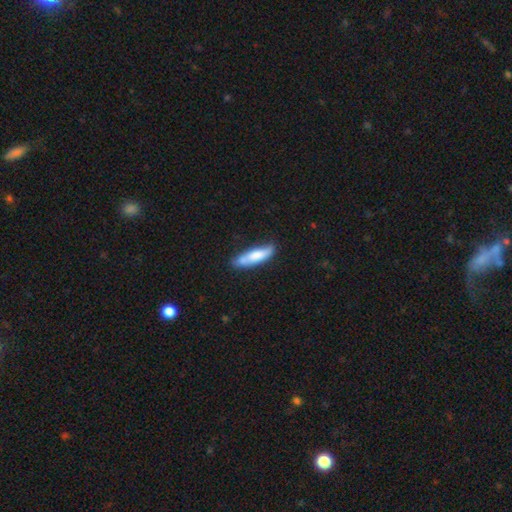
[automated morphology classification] Smooth or featured?
  - smooth: 72% *
  - featured or disk: 23%
  - star or artifact: 6%
How rounded?
  - cigar-shaped: 67% *
  - in between: 31%
  - round: 2%
Merging?
  - none: 64% *
  - minor disturbance: 24%
  - merger: 7%
  - major disturbance: 5%